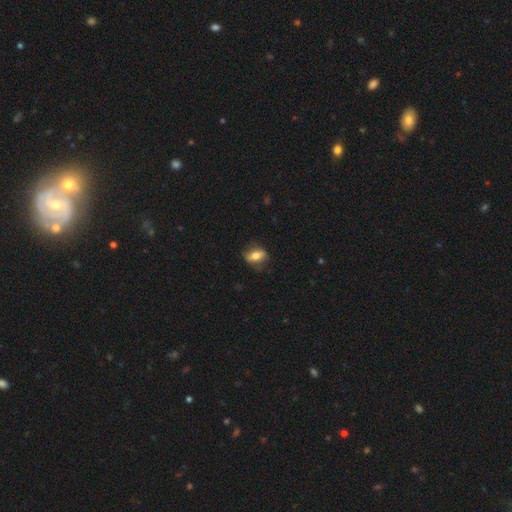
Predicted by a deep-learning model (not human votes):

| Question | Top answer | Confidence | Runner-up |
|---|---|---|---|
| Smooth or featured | smooth | 62% | featured or disk (31%) |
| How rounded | in between | 73% | round (17%) |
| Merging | none | 78% | minor disturbance (16%) |